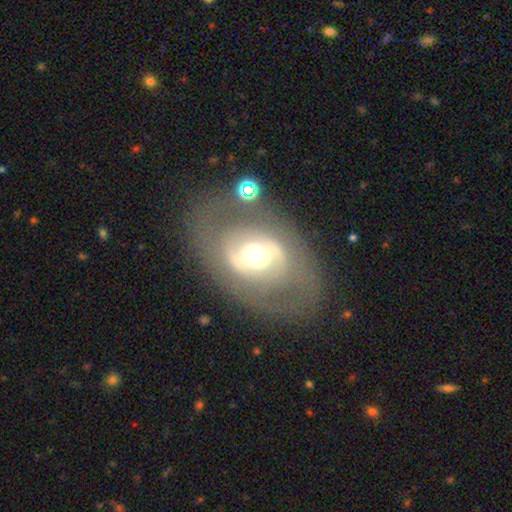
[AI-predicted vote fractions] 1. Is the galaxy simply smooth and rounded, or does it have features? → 69% featured or disk, 24% smooth, 7% star or artifact.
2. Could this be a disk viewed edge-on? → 93% no, 7% yes.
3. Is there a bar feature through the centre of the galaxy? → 36% weak, 35% no, 29% strong.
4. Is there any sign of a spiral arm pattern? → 58% no, 42% yes.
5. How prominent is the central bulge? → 65% moderate, 20% large, 11% small, 2% dominant, 1% none.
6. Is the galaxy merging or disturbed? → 70% none, 14% minor disturbance, 10% major disturbance, 5% merger.